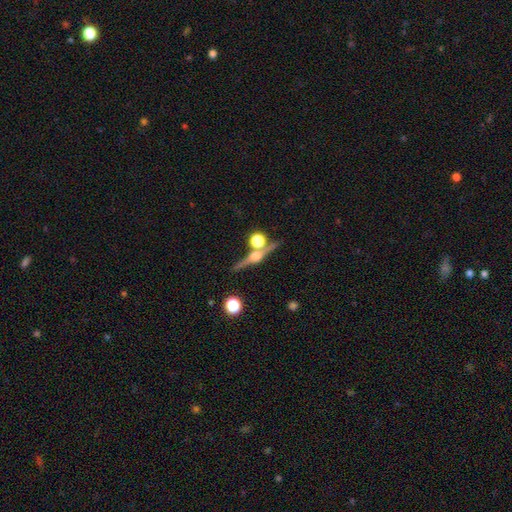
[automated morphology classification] Smooth or featured: featured or disk — 79% (smooth — 12%)
Edge-on disk: yes — 96% (no — 4%)
Edge-on bulge: rounded — 91% (boxy — 6%)
Merging: none — 77% (merger — 11%)